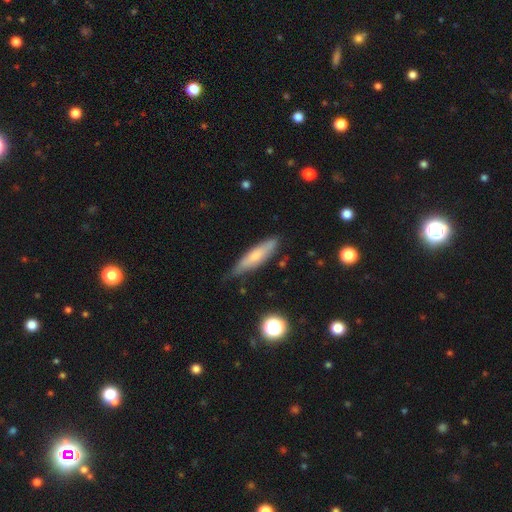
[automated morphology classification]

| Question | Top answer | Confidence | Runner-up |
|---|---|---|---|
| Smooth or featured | smooth | 63% | featured or disk (30%) |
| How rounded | cigar-shaped | 77% | in between (22%) |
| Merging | none | 72% | minor disturbance (22%) |